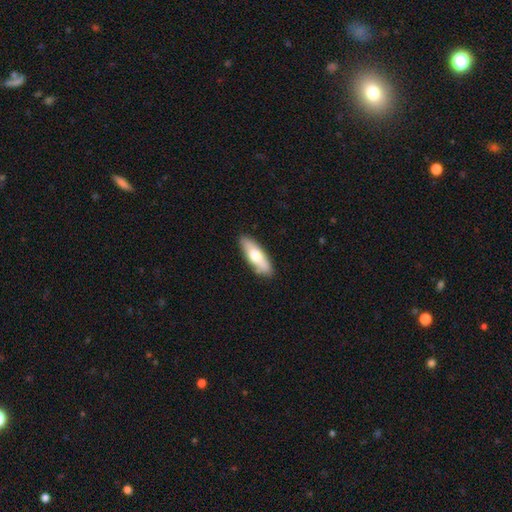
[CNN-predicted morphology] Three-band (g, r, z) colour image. It shows a smooth galaxy with no disk features (65%) that is in between round and cigar-shaped (51%). Merging: none (86%).